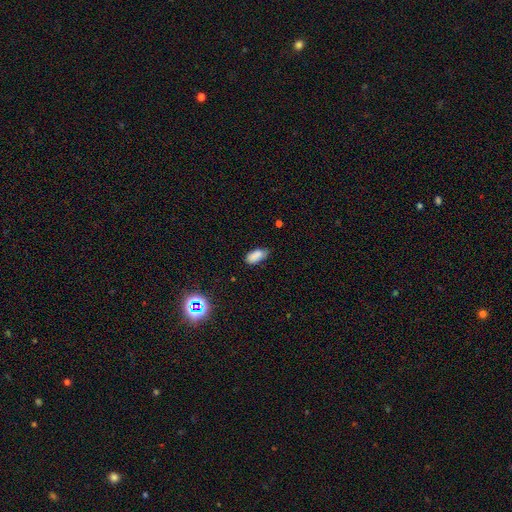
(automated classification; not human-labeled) Morphology: type=smooth (84%); roundness=in between (90%); merging=none (62%).